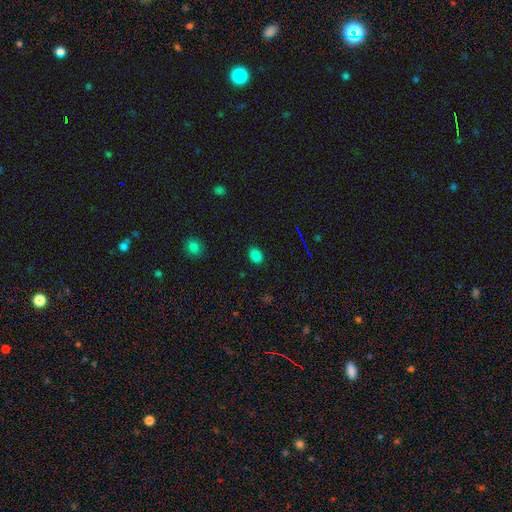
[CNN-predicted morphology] Smooth or featured? Predicted: smooth (p=0.81). How rounded? Predicted: in between (p=0.76). Merging? Predicted: none (p=0.86).